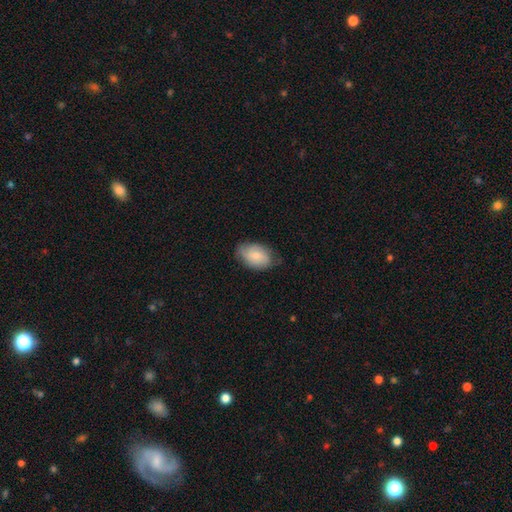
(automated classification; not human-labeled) Q: Smooth or featured?
A: smooth (73%); runner-up: featured or disk (21%)
Q: How rounded?
A: in between (88%); runner-up: round (10%)
Q: Merging?
A: none (70%); runner-up: minor disturbance (24%)